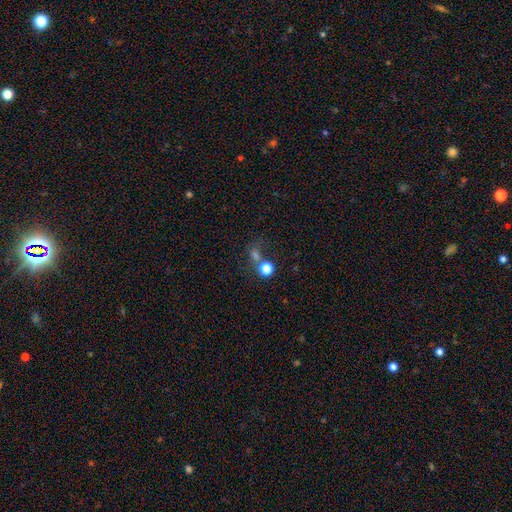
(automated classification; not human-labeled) The model was most divided on "merging": none: 48%, merger: 32%, major disturbance: 10%, minor disturbance: 10%. More confident: how rounded — round (77%); smooth or featured — smooth (53%).